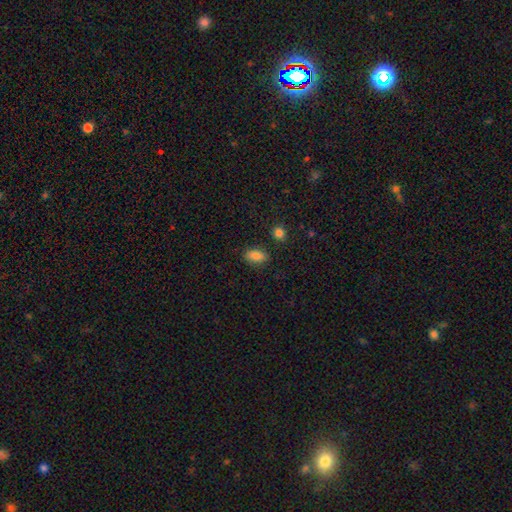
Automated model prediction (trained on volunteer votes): Smooth or featured?
  - smooth: 84% *
  - star or artifact: 9%
  - featured or disk: 7%
How rounded?
  - in between: 89% *
  - round: 7%
  - cigar-shaped: 4%
Merging?
  - none: 85% *
  - minor disturbance: 10%
  - merger: 2%
  - major disturbance: 2%